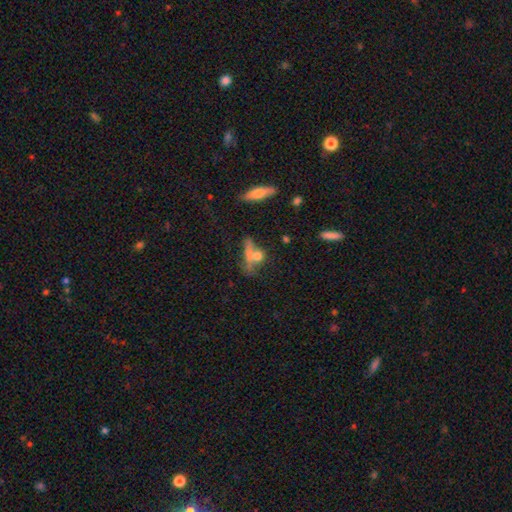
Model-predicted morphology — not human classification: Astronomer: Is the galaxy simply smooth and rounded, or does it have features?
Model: smooth — 58%.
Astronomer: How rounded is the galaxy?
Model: in between — 39% (runner-up: round, 31%).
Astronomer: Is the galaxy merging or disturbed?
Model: none — 42% (runner-up: merger, 27%).